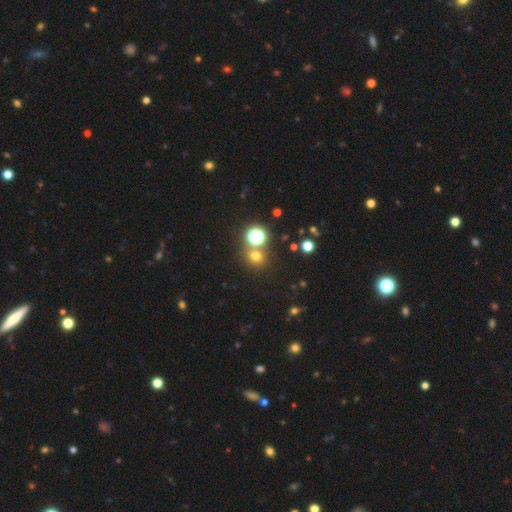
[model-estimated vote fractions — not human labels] A smooth galaxy with no disk features (65%) that is round (84%).

Vote fractions:
- Smooth or featured? smooth: 65% / star or artifact: 28% / featured or disk: 7%
- How rounded? round: 84% / in between: 15% / cigar-shaped: 1%
- Merging? none: 74% / merger: 15% / minor disturbance: 7% / major disturbance: 3%